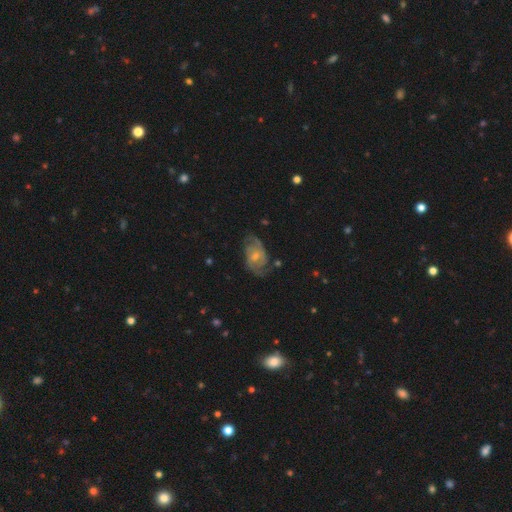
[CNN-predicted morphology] This is likely a featured or disk galaxy (78%). It is clearly not viewed edge-on (97%). Bar: possibly no (49%). Spiral arm pattern: clearly yes (92%). Spiral arm count: likely 2 (61%). Spiral winding: possibly medium (48%). Central bulge: possibly small (55%). Merging: likely none (63%).